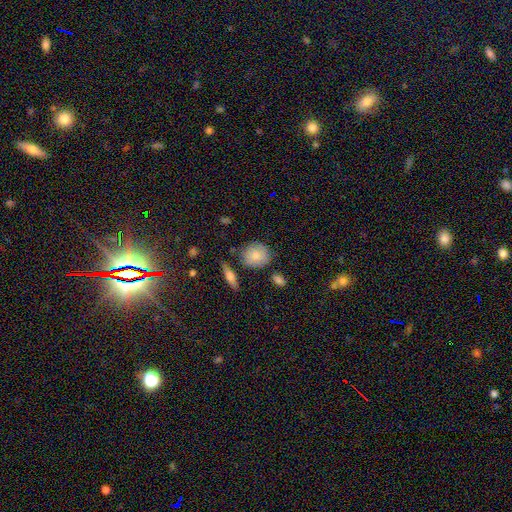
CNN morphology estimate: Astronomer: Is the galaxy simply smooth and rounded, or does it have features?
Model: smooth — 78%.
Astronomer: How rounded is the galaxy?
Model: round — 81%.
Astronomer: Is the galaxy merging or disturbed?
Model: none — 75%.